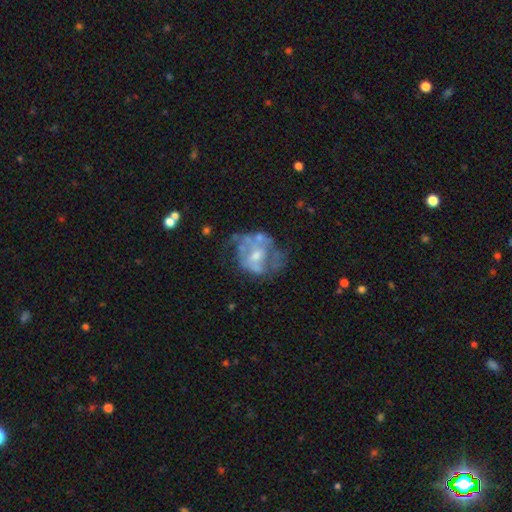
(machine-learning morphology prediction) Smooth or featured? featured or disk (70%)
Edge-on disk? no (97%)
Bar? no (68%)
Spiral arms? no (56%)
Bulge size? moderate (49%)
Merging? none (43%)